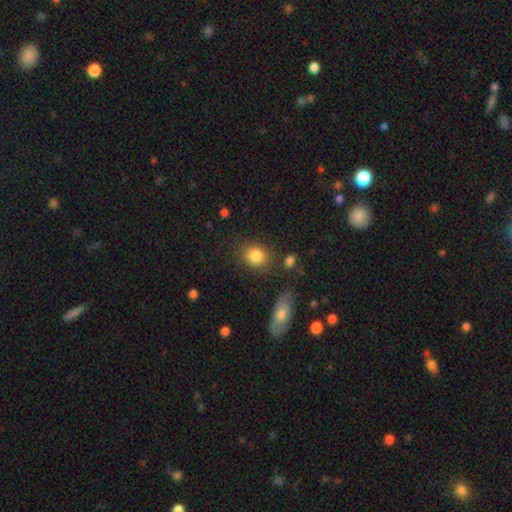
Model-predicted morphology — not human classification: This is clearly a smooth galaxy (85%). How rounded: likely round (69%). Merging: likely none (77%).